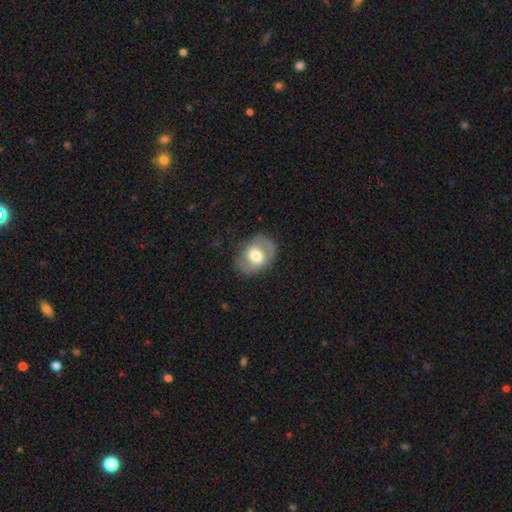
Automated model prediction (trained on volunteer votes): This appears to be a featured or disk galaxy (53%). Merging: none (77%).